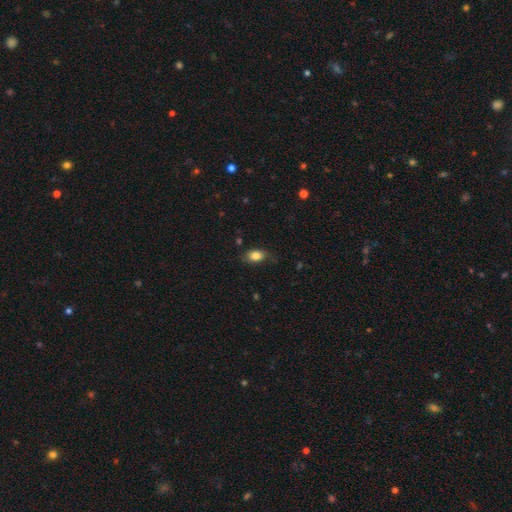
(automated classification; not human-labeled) The model was most divided on "merging": none: 74%, minor disturbance: 20%, major disturbance: 5%, merger: 1%. More confident: how rounded — in between (84%); smooth or featured — smooth (83%).